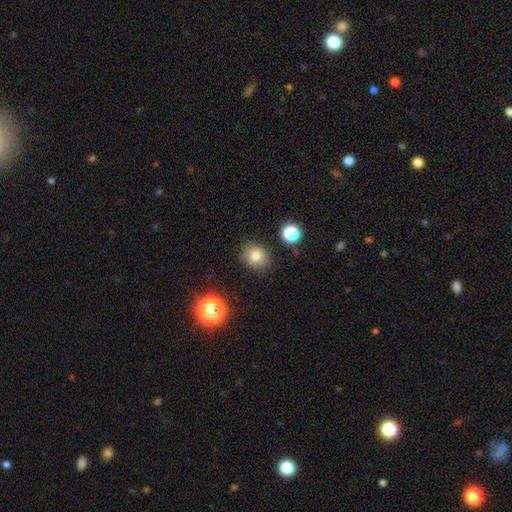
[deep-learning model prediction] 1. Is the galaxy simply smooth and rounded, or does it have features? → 79% smooth, 13% star or artifact, 8% featured or disk.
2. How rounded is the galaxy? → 70% round, 29% in between, 1% cigar-shaped.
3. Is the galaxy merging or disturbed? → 85% none, 10% minor disturbance, 3% major disturbance, 2% merger.